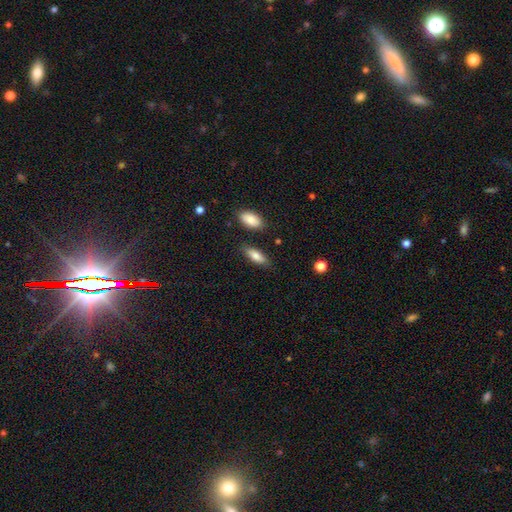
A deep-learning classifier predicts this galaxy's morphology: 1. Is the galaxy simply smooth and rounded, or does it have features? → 79% smooth, 14% featured or disk, 7% star or artifact.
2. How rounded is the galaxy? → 71% in between, 27% cigar-shaped, 2% round.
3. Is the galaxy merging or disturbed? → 80% none, 13% minor disturbance, 4% merger, 3% major disturbance.